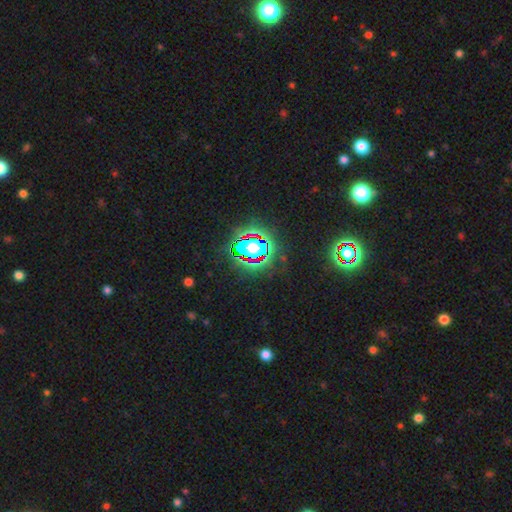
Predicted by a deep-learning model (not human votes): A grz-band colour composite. It shows a star or artifact, not a galaxy (80%).